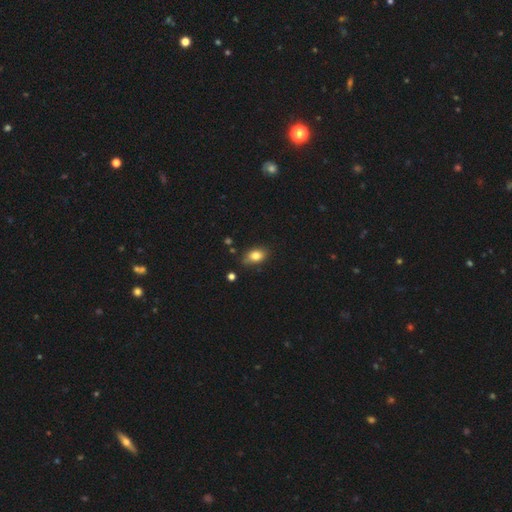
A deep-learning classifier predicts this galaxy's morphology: smooth_or_featured: smooth (p=0.82) [alt: featured or disk p=0.09]
how_rounded: in between (p=0.80) [alt: round p=0.17]
merging: none (p=0.71) [alt: minor disturbance p=0.22]